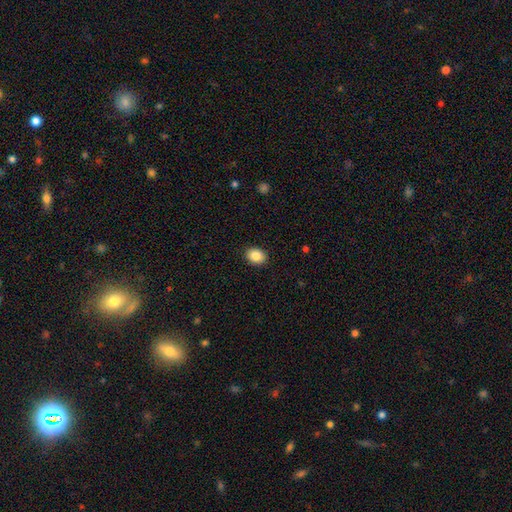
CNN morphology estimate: Smooth or featured: smooth — 87% (star or artifact — 8%)
How rounded: in between — 63% (round — 37%)
Merging: none — 90% (minor disturbance — 7%)